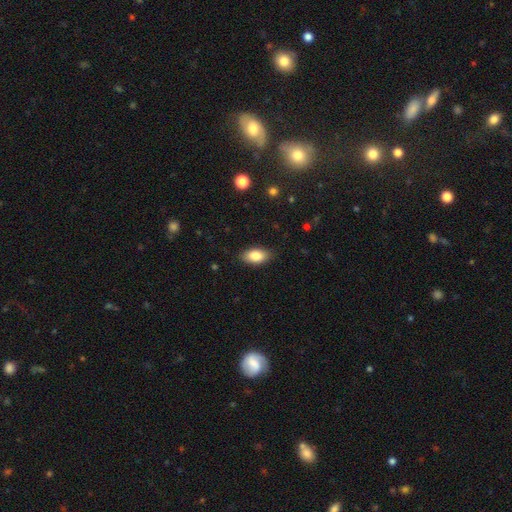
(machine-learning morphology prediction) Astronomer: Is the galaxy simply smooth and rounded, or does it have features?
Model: smooth — 84%.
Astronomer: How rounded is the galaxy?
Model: in between — 92%.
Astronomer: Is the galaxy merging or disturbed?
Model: none — 85%.